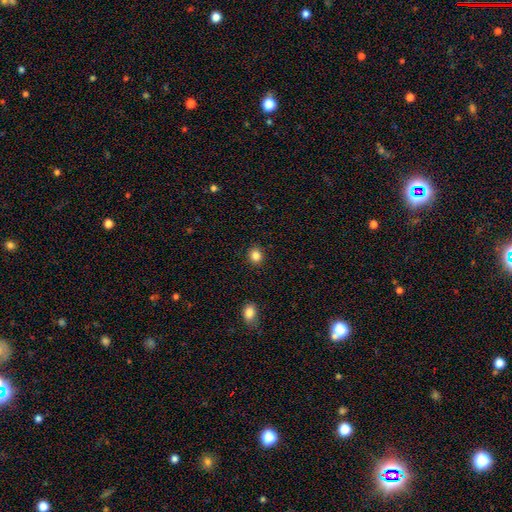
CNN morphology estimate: Smooth or featured? Predicted: smooth (p=0.85). How rounded? Predicted: round (p=0.78). Merging? Predicted: none (p=0.91).